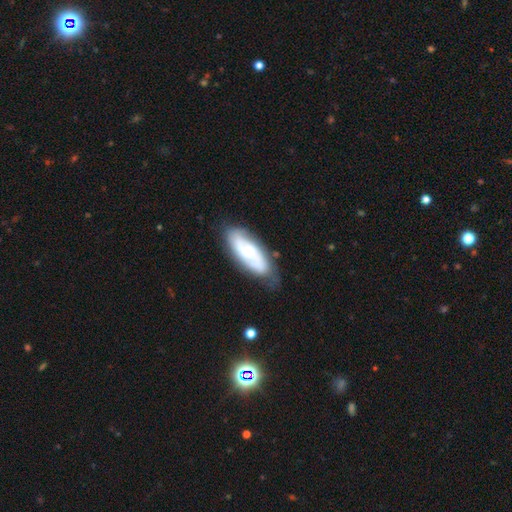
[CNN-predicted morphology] This appears to be a featured or disk galaxy (62%) with no bar (71%), spiral arms (72%) and a small central bulge (48%). Merging: none (72%).